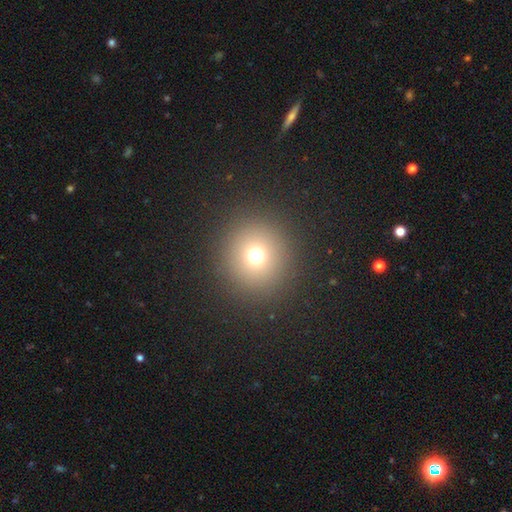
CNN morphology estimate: Q: Smooth or featured?
A: smooth (71%); runner-up: star or artifact (19%)
Q: How rounded?
A: round (91%); runner-up: in between (8%)
Q: Merging?
A: none (90%); runner-up: minor disturbance (5%)